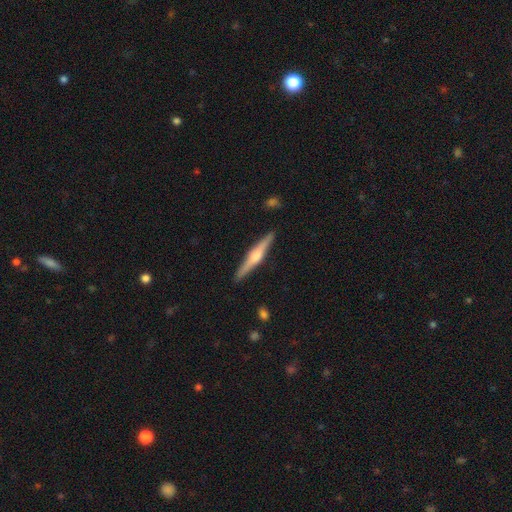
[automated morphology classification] Smooth or featured?
  - featured or disk: 73% *
  - smooth: 22%
  - star or artifact: 5%
Edge-on disk?
  - yes: 98% *
  - no: 2%
Edge-on bulge?
  - rounded: 87% *
  - boxy: 9%
  - none: 5%
Merging?
  - none: 91% *
  - minor disturbance: 6%
  - major disturbance: 1%
  - merger: 1%